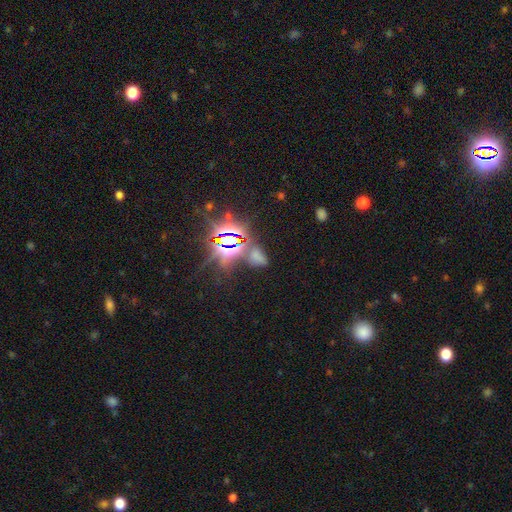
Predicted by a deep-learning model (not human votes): Q: Smooth or featured?
A: star or artifact (54%); runner-up: smooth (36%)